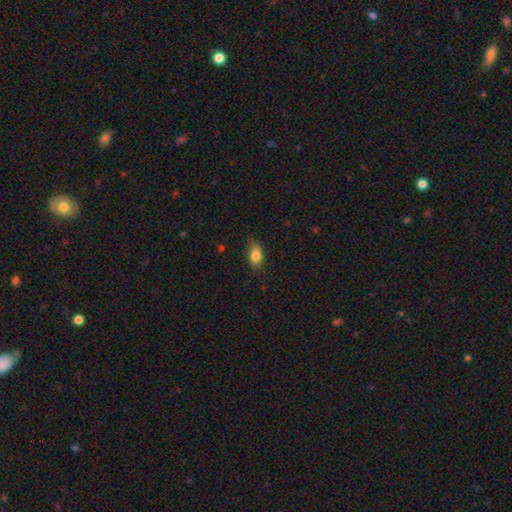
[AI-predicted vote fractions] Overall: smooth (81%). How rounded: in between (80%). Merging: none (72%).